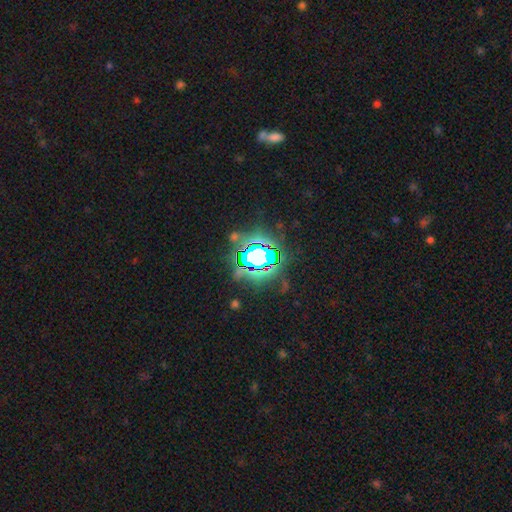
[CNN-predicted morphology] A star or artifact, not a galaxy (75%).

Vote fractions:
- Smooth or featured? star or artifact: 75% / smooth: 14% / featured or disk: 12%